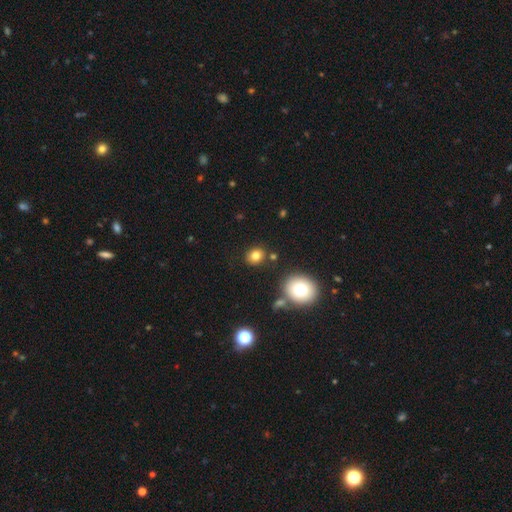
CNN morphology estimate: Smooth or featured: smooth — 79% (star or artifact — 13%)
How rounded: round — 69% (in between — 29%)
Merging: none — 83% (minor disturbance — 9%)